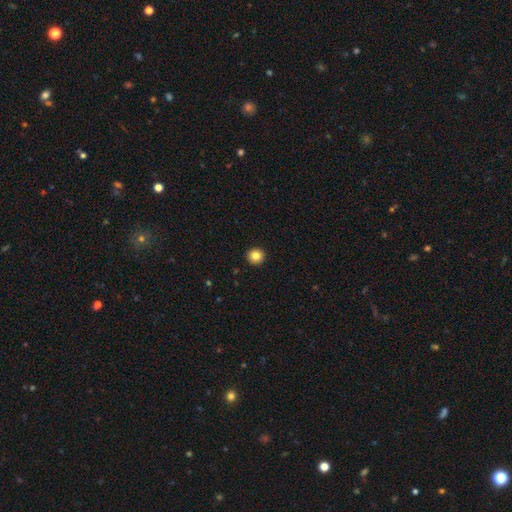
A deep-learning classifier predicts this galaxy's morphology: Smooth or featured? Predicted: smooth (p=0.84). How rounded? Predicted: round (p=0.94). Merging? Predicted: none (p=0.94).